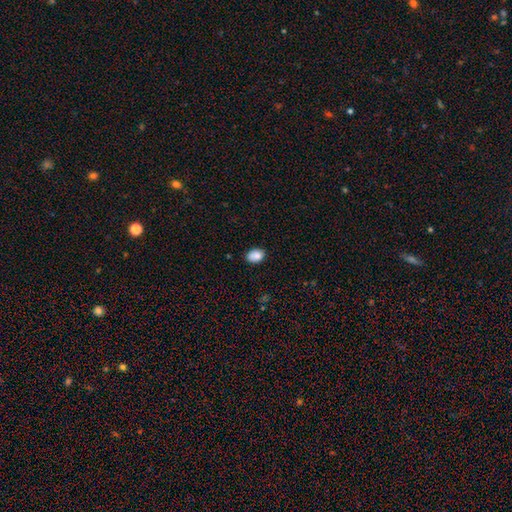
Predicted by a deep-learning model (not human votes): Overall: smooth (88%). How rounded: in between (81%). Merging: none (83%).